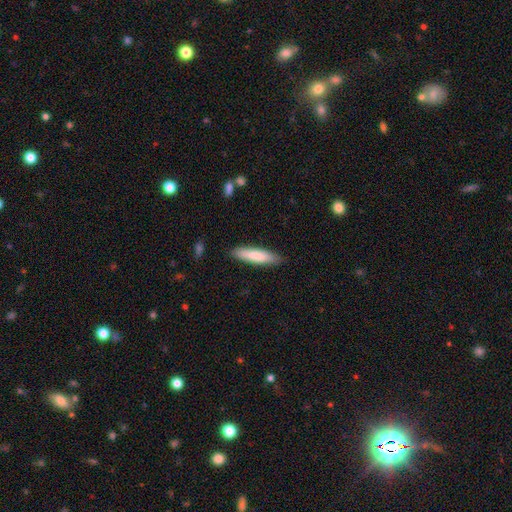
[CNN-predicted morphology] Q: Smooth or featured?
A: smooth (80%); runner-up: featured or disk (15%)
Q: How rounded?
A: cigar-shaped (76%); runner-up: in between (23%)
Q: Merging?
A: none (86%); runner-up: minor disturbance (11%)